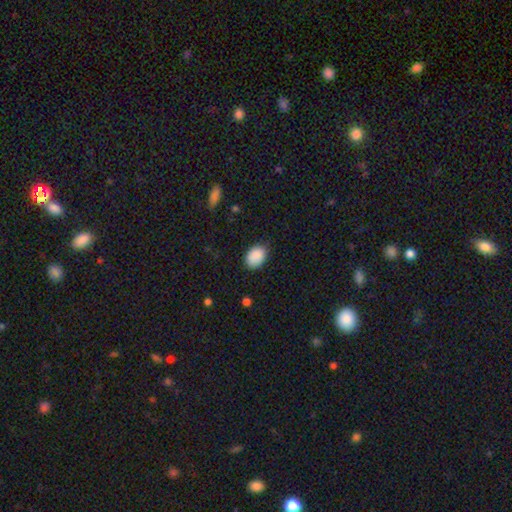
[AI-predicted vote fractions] smooth-or-featured: smooth: 89% | star or artifact: 7% | featured or disk: 4%
  how-rounded: in between: 76% | round: 23% | cigar-shaped: 1%
  merging: none: 79% | minor disturbance: 17% | major disturbance: 3% | merger: 1%